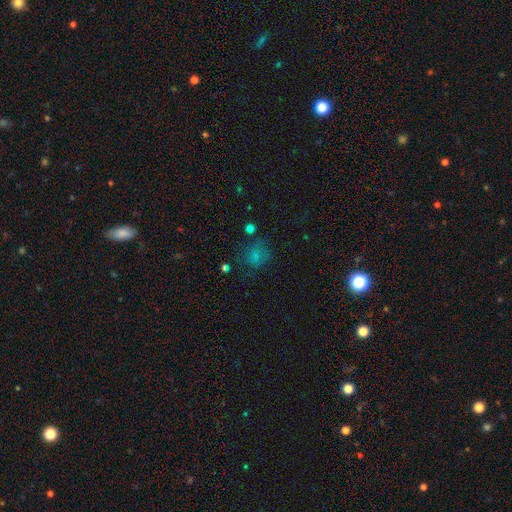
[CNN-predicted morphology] Smooth or featured: smooth — 67% (star or artifact — 20%)
How rounded: round — 66% (in between — 33%)
Merging: none — 57% (minor disturbance — 23%)